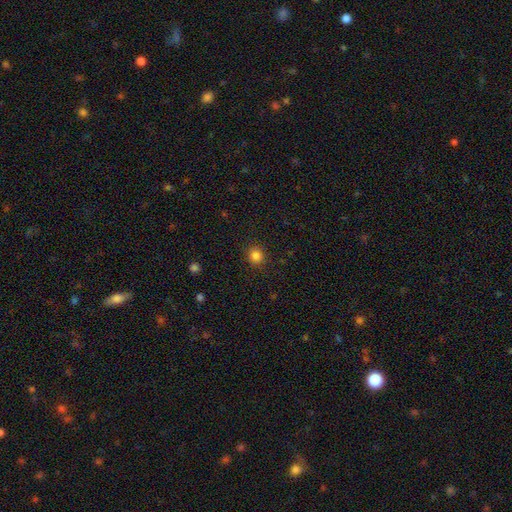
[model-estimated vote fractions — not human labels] Smooth or featured? smooth (84%)
How rounded? round (88%)
Merging? none (90%)